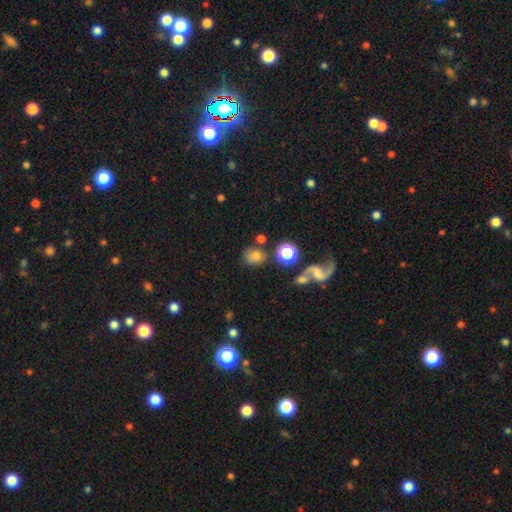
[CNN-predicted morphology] smooth_or_featured: smooth (p=0.69) [alt: star or artifact p=0.16]
how_rounded: round (p=0.75) [alt: in between p=0.23]
merging: none (p=0.68) [alt: minor disturbance p=0.13]